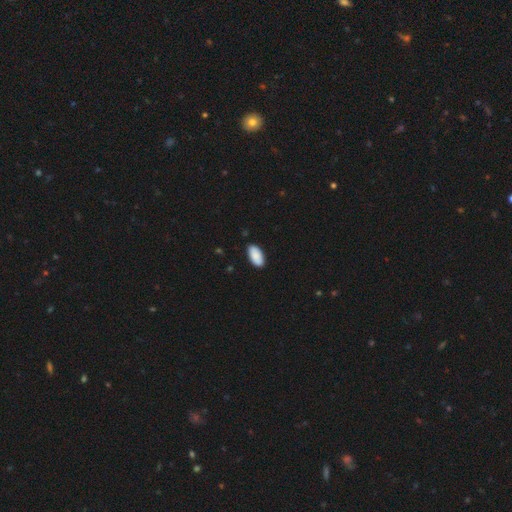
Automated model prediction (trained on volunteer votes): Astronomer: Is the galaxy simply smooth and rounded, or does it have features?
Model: smooth — 88%.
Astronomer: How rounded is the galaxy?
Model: in between — 95%.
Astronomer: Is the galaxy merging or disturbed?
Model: none — 87%.